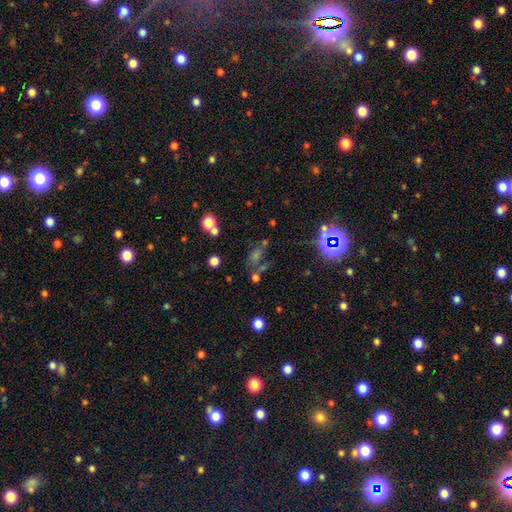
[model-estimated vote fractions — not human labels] Smooth or featured? star or artifact (50%)